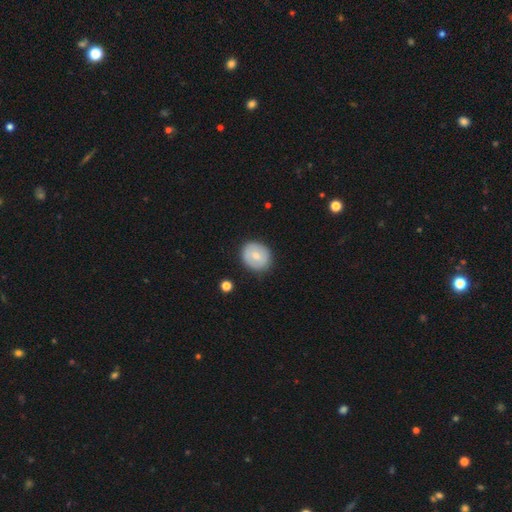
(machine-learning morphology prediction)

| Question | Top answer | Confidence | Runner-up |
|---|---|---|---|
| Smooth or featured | smooth | 66% | featured or disk (28%) |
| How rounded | round | 72% | in between (27%) |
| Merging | none | 85% | minor disturbance (11%) |